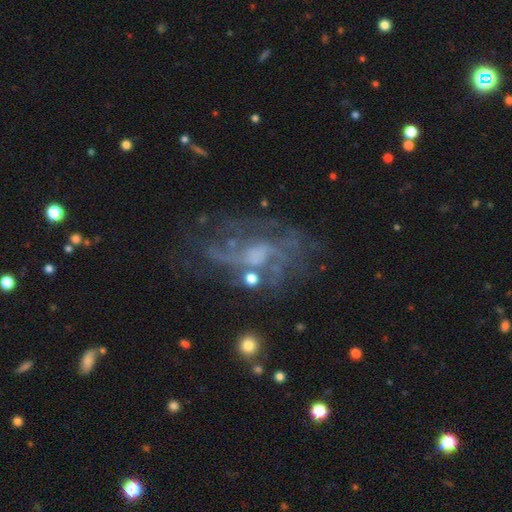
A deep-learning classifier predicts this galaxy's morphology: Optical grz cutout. It shows a featured or disk galaxy (77%) with no bar (56%), medium (42%) spiral arms (77%) and a small central bulge (35%, tied with moderate). Merging: none (55%).